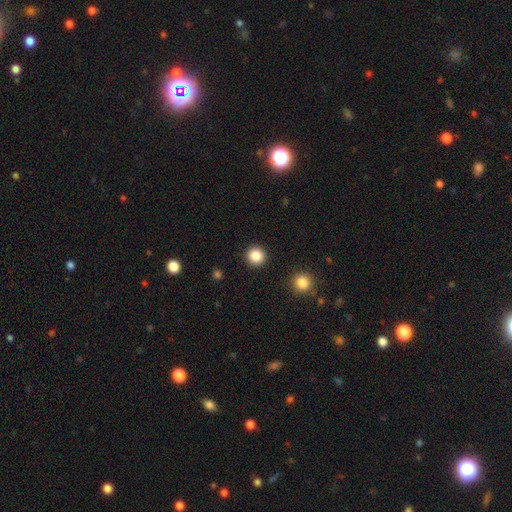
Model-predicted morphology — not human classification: Overall: smooth (85%). How rounded: round (95%). Merging: none (92%).